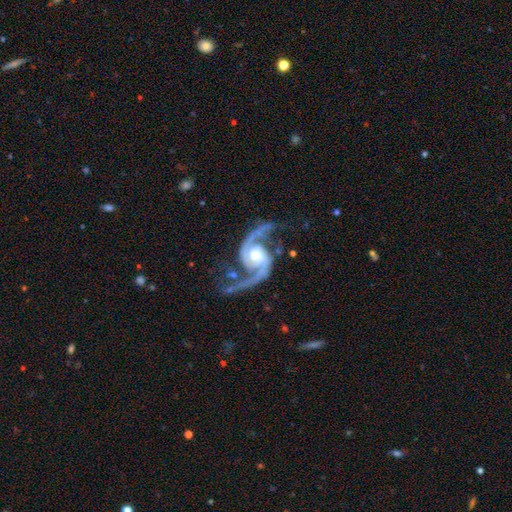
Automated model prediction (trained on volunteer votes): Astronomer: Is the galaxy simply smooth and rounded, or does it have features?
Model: featured or disk — 95%.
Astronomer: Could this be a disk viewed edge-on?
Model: no — 98%.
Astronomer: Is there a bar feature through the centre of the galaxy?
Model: no — 58%.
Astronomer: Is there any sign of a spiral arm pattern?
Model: yes — 99%.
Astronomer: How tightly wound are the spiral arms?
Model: medium — 52% (runner-up: loose, 37%).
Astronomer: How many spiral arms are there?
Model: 2 — 95%.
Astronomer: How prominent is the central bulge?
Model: moderate — 57%.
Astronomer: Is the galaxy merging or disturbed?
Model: none — 71%.